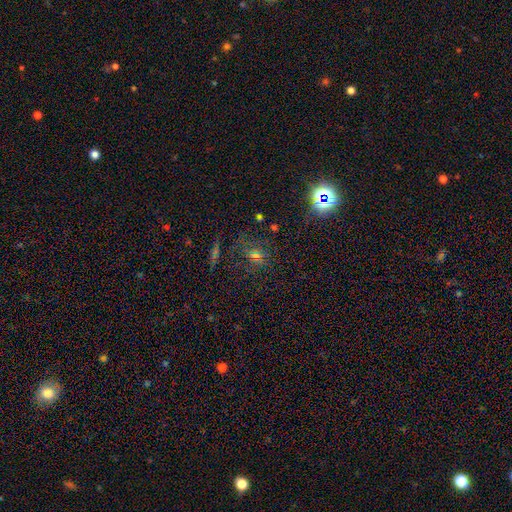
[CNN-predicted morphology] star or artifact 53%, smooth 35%, featured or disk 12%.